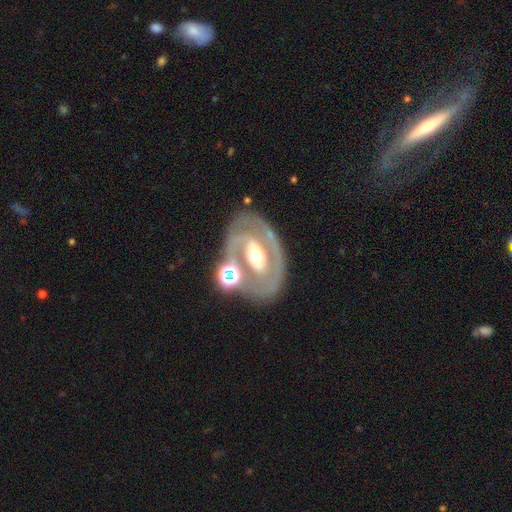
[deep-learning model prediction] Q: Smooth or featured?
A: featured or disk (78%); runner-up: smooth (15%)
Q: Edge-on disk?
A: no (94%); runner-up: yes (6%)
Q: Bar?
A: no (39%); runner-up: strong (31%)
Q: Spiral arms?
A: yes (57%); runner-up: no (43%)
Q: Bulge size?
A: moderate (69%); runner-up: large (15%)
Q: Merging?
A: none (66%); runner-up: minor disturbance (16%)